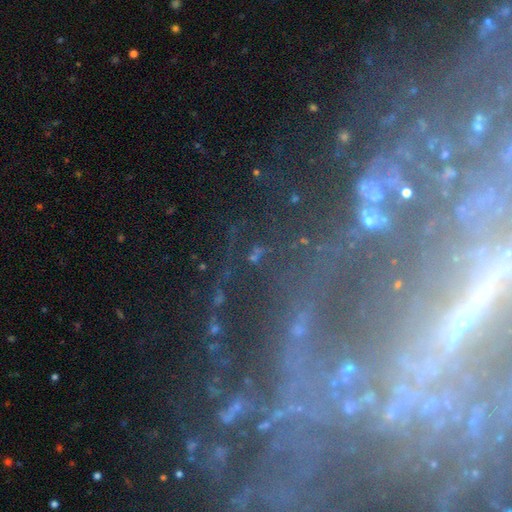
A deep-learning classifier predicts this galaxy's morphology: smooth_or_featured: star or artifact (p=0.60) [alt: featured or disk p=0.22]